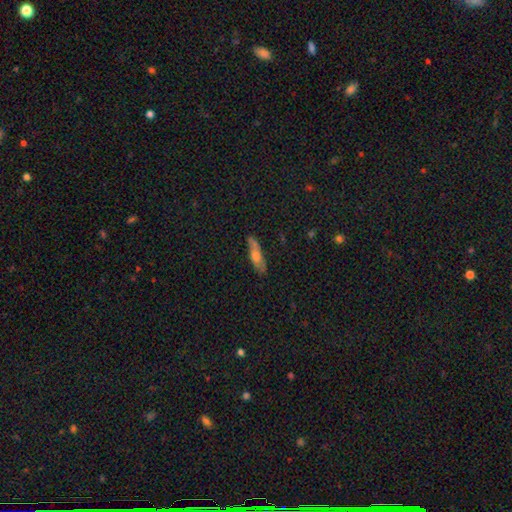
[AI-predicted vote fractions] Smooth or featured?
  - smooth: 51% *
  - featured or disk: 41%
  - star or artifact: 8%
How rounded?
  - cigar-shaped: 65% *
  - in between: 32%
  - round: 3%
Merging?
  - none: 77% *
  - minor disturbance: 17%
  - major disturbance: 4%
  - merger: 2%